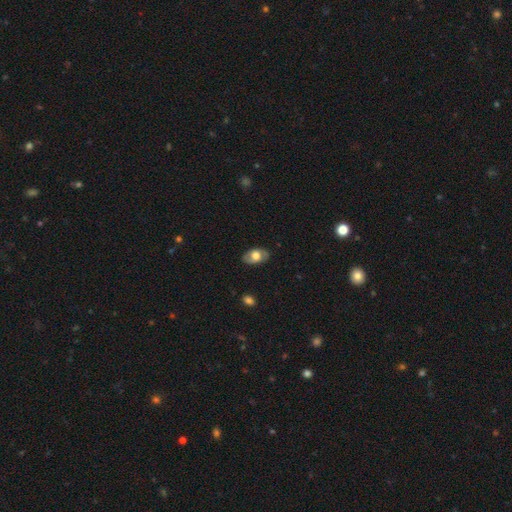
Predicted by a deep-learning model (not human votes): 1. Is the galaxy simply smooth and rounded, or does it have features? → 56% smooth, 37% featured or disk, 7% star or artifact.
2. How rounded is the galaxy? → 89% in between, 9% round, 2% cigar-shaped.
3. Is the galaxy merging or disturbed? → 81% none, 15% minor disturbance, 3% major disturbance, 1% merger.